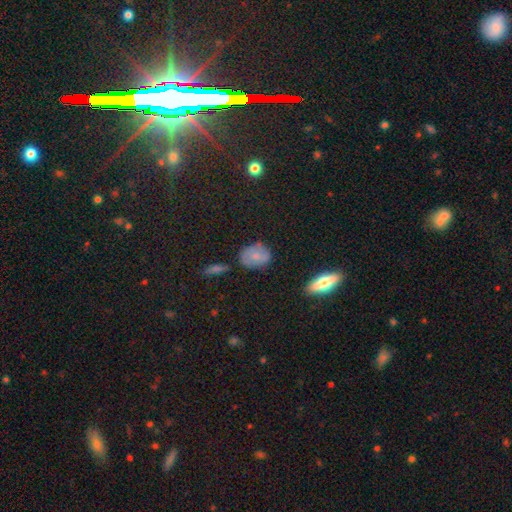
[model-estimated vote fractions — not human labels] This is likely a smooth galaxy (71%). How rounded: likely in between (67%). Merging: likely none (67%).